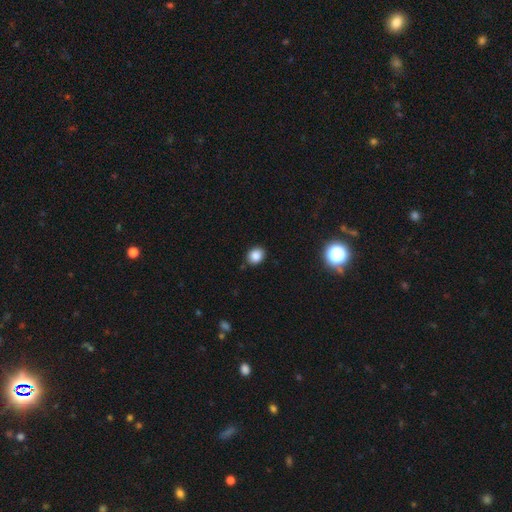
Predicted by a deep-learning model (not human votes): Smooth or featured? smooth (86%)
How rounded? round (56%)
Merging? none (85%)